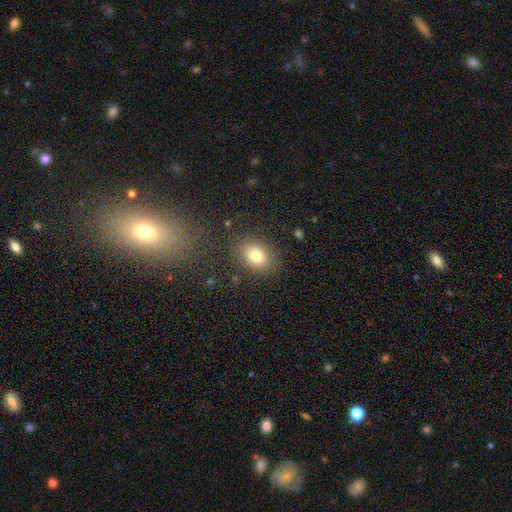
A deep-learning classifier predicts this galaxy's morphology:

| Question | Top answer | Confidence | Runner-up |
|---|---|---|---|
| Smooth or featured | smooth | 79% | star or artifact (11%) |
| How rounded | in between | 68% | round (31%) |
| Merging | none | 83% | minor disturbance (11%) |